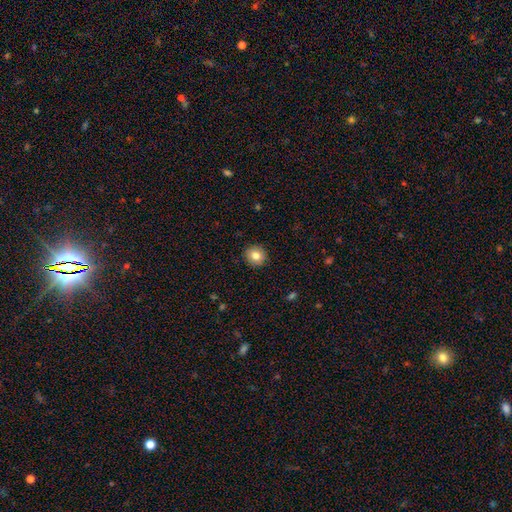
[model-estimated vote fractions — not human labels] Smooth or featured: smooth — 82% (star or artifact — 10%)
How rounded: round — 90% (in between — 10%)
Merging: none — 91% (minor disturbance — 6%)